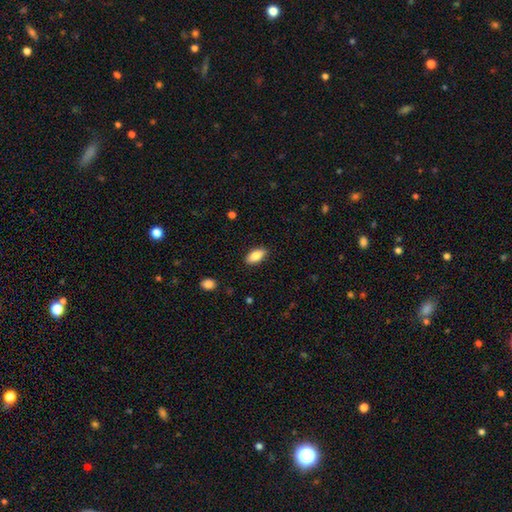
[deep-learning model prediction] A smooth galaxy with no disk features (83%) that is in between round and cigar-shaped (89%). Merging: none (88%).